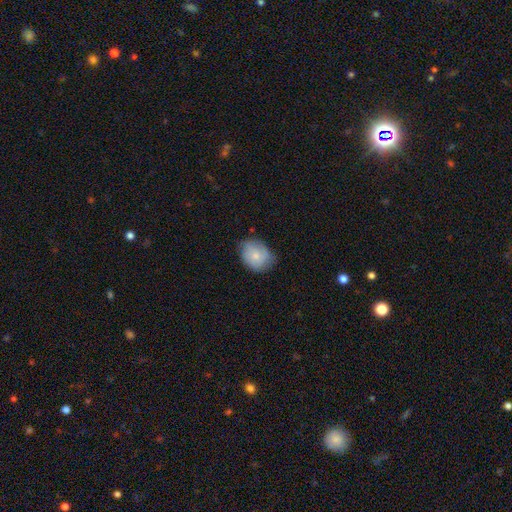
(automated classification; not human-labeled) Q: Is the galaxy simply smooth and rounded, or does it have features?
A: smooth — 68%.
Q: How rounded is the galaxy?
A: round — 56%.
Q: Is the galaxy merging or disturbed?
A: none — 63%.